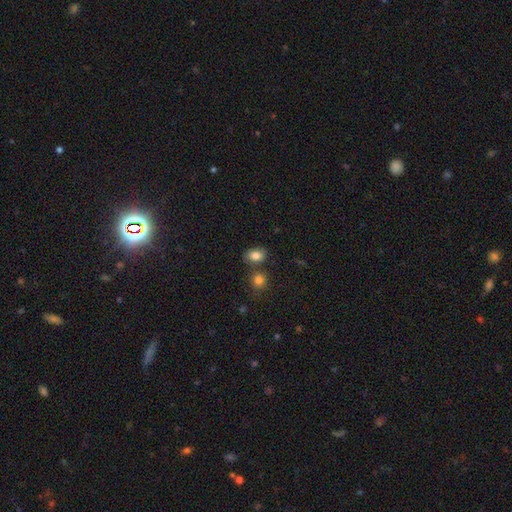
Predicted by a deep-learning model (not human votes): smooth 83%, star or artifact 9%, featured or disk 8%. Down the decision tree: how rounded — in between (76%); merging — none (70%).